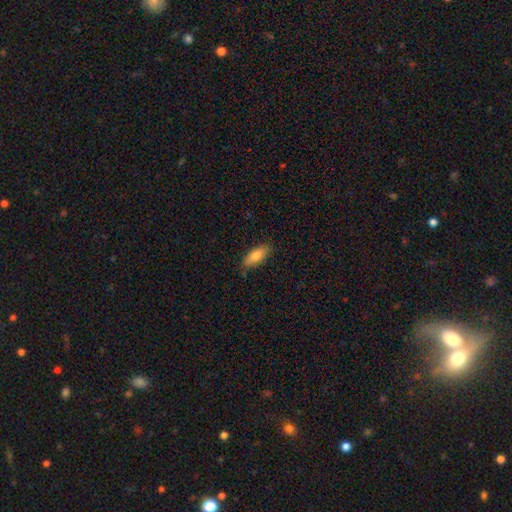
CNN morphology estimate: type=smooth (81%); roundness=in between (75%); merging=none (81%).